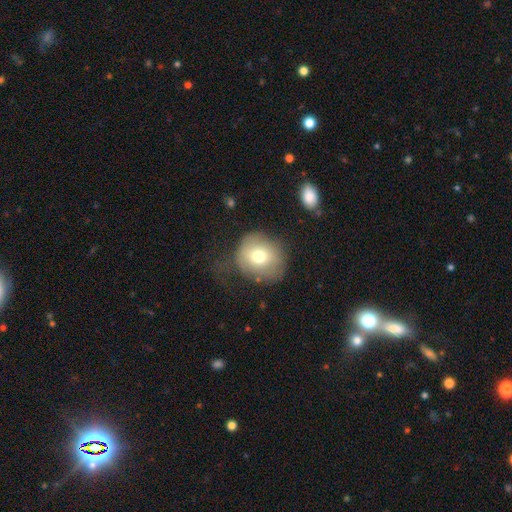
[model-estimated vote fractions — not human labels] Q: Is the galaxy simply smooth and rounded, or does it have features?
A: smooth — 63%.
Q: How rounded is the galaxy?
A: round — 80%.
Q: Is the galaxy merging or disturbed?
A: none — 52%.